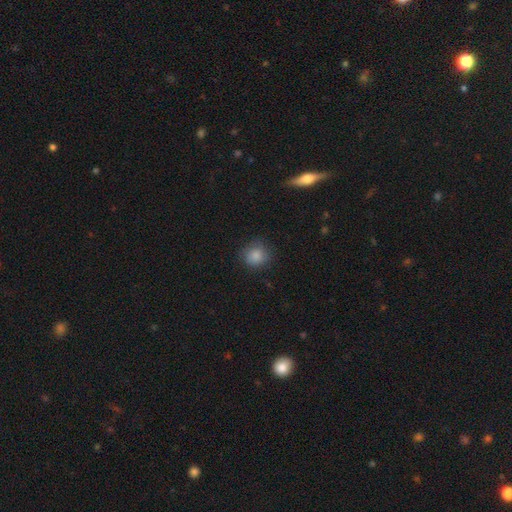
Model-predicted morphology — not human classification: Smooth or featured? smooth (84%)
How rounded? round (84%)
Merging? none (79%)